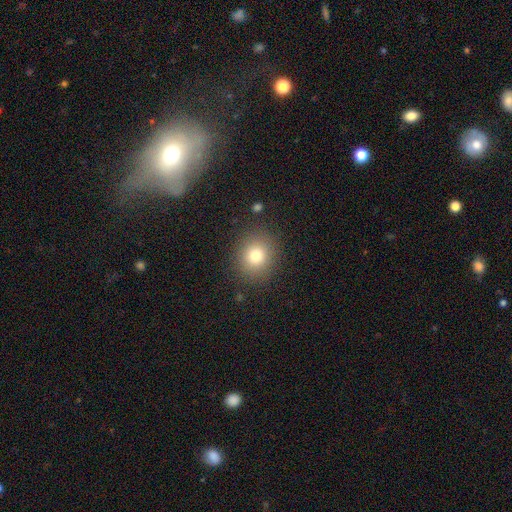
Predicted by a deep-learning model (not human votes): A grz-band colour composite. It shows a smooth galaxy with no disk features (79%) that is round (78%). Merging: none (87%).